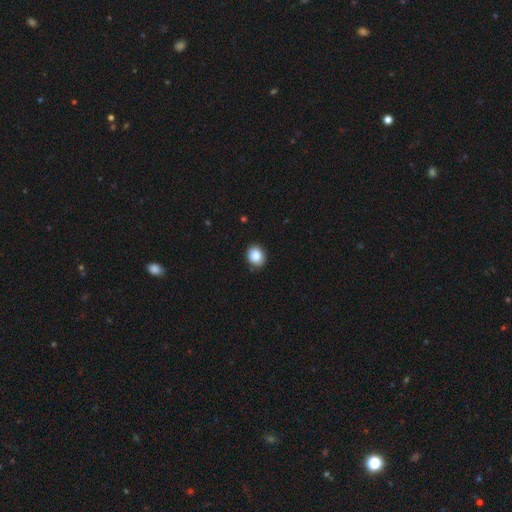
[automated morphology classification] Smooth or featured: smooth — 87% (star or artifact — 9%)
How rounded: round — 62% (in between — 37%)
Merging: none — 86% (minor disturbance — 11%)